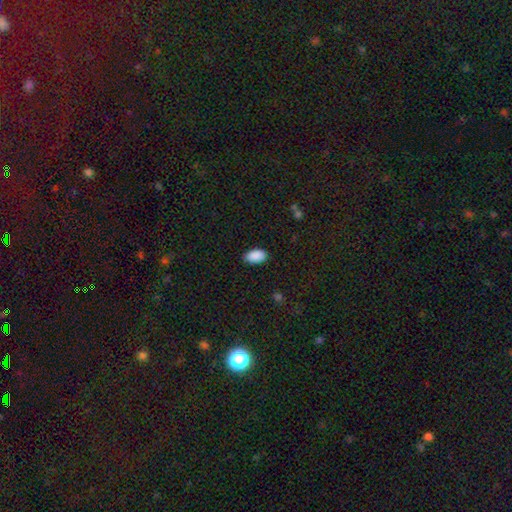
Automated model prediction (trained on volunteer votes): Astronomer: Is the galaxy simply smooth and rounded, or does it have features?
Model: smooth — 90%.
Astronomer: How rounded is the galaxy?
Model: in between — 94%.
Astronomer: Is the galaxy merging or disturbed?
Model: none — 87%.